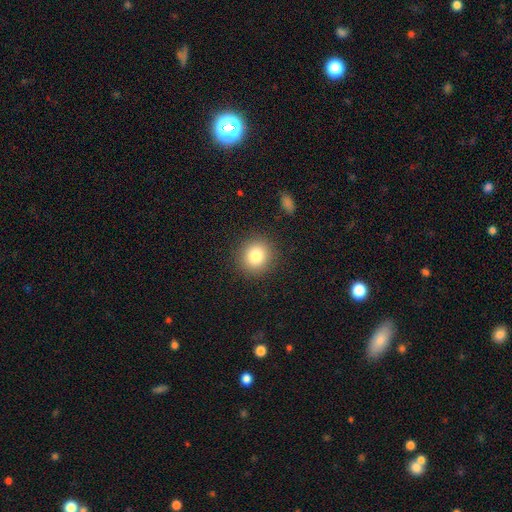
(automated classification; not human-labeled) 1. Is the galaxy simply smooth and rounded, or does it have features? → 80% smooth, 11% star or artifact, 9% featured or disk.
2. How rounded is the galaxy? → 89% round, 10% in between, 1% cigar-shaped.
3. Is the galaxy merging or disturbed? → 90% none, 6% minor disturbance, 3% major disturbance, 1% merger.